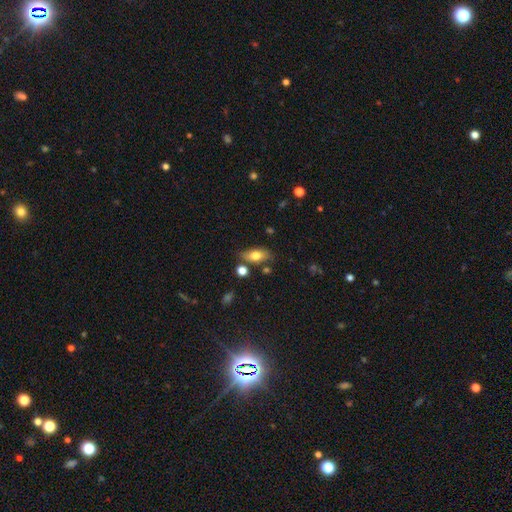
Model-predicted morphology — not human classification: Smooth or featured? smooth (70%)
How rounded? in between (83%)
Merging? none (70%)